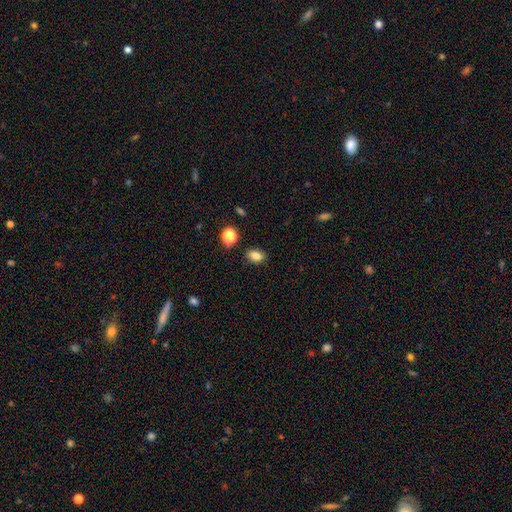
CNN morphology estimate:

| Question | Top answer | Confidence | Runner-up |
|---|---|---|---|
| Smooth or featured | smooth | 82% | star or artifact (12%) |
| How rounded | in between | 74% | round (25%) |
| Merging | none | 85% | minor disturbance (10%) |